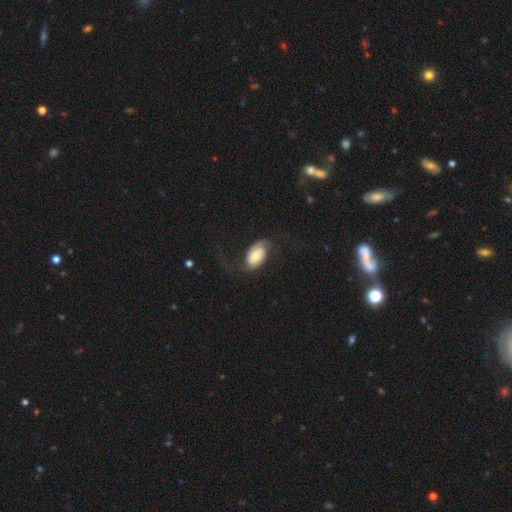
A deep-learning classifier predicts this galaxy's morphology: This appears to be a featured or disk galaxy (58%) with no bar (64%), spiral arms (84%) and a moderate central bulge (65%). Merging: none (53%).